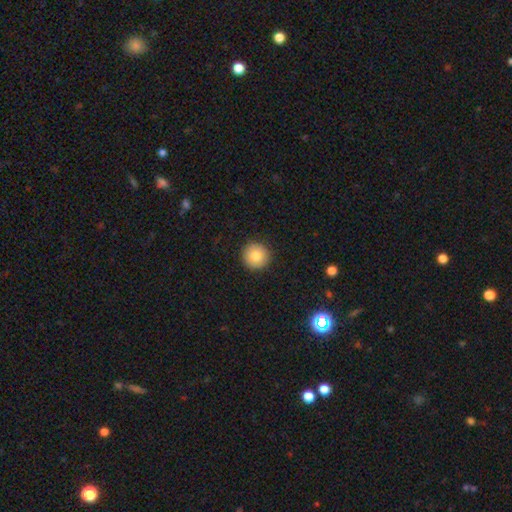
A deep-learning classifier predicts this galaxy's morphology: A smooth galaxy with no disk features (83%) that is round (96%). Merging: none (92%).